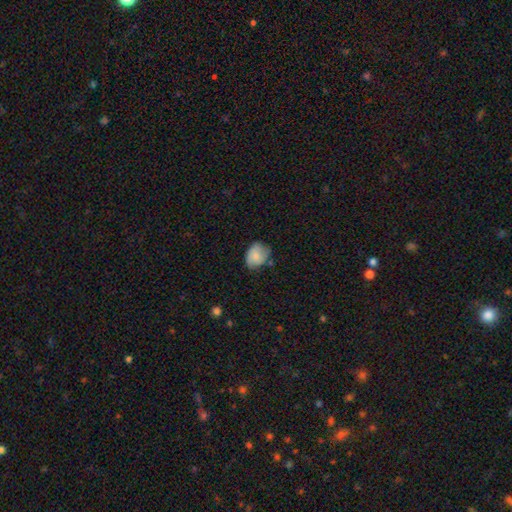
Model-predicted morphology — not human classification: Smooth or featured? Predicted: smooth (p=0.79). How rounded? Predicted: in between (p=0.59). Merging? Predicted: none (p=0.58).